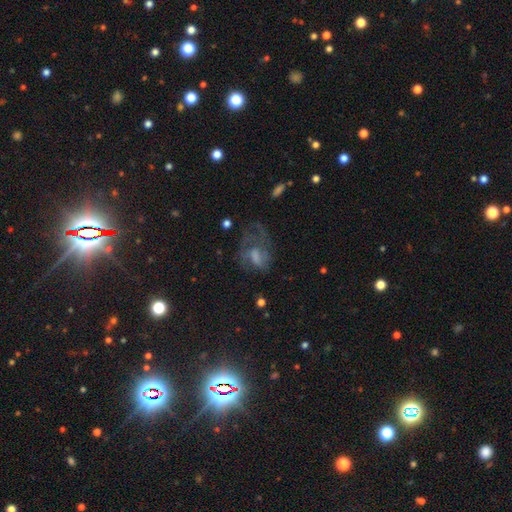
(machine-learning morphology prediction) smooth_or_featured: featured or disk (p=0.54) [alt: smooth p=0.24]
disk_edge_on: no (p=0.95) [alt: yes p=0.05]
bar: no (p=0.57) [alt: weak p=0.34]
has_spiral_arms: yes (p=0.65) [alt: no p=0.35]
bulge_size: moderate (p=0.36) [alt: small p=0.26]
merging: none (p=0.43) [alt: major disturbance p=0.35]